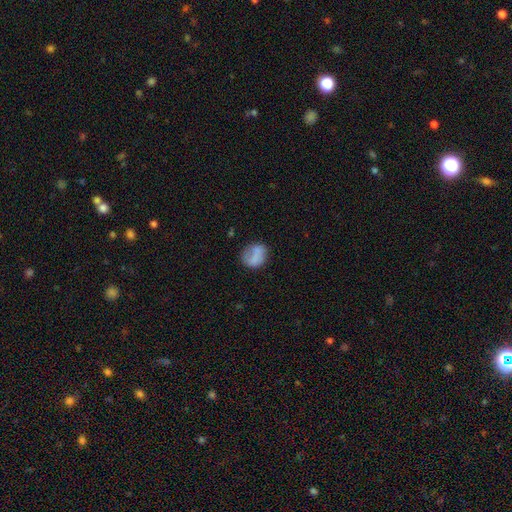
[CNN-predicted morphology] Q: Smooth or featured?
A: smooth (74%); runner-up: featured or disk (17%)
Q: How rounded?
A: round (64%); runner-up: in between (34%)
Q: Merging?
A: none (60%); runner-up: minor disturbance (24%)